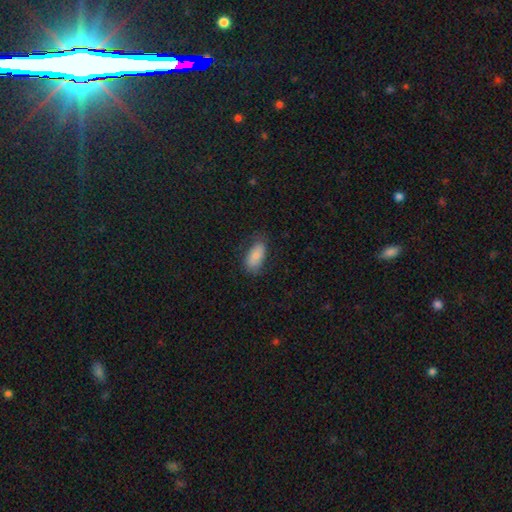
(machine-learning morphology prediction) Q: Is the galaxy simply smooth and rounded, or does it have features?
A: smooth — 79%.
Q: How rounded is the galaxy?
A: in between — 92%.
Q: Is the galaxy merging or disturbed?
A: none — 70%.